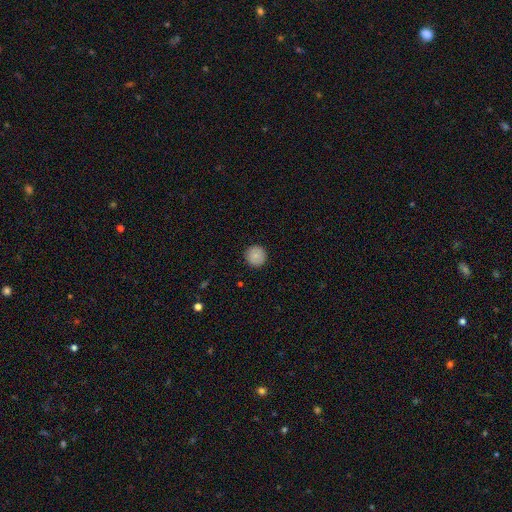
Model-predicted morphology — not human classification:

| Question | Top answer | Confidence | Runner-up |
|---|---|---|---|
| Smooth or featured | smooth | 85% | star or artifact (8%) |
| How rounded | round | 96% | in between (4%) |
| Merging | none | 92% | minor disturbance (5%) |